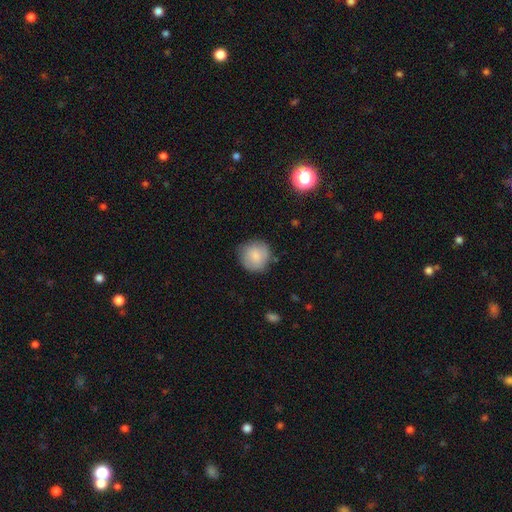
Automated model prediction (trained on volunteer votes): A smooth galaxy with no disk features (82%) that is round (91%). Merging: none (78%).